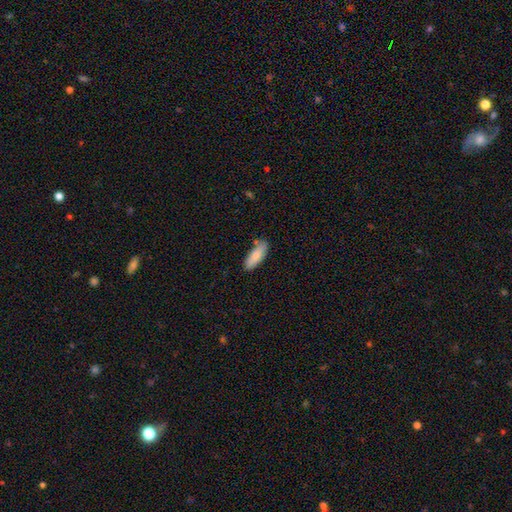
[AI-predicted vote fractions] Q: Smooth or featured?
A: smooth (85%); runner-up: featured or disk (9%)
Q: How rounded?
A: in between (67%); runner-up: cigar-shaped (31%)
Q: Merging?
A: none (76%); runner-up: minor disturbance (16%)